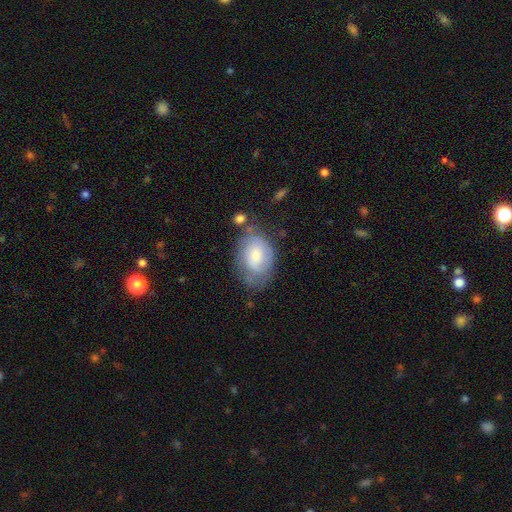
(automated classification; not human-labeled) Overall: smooth (56%; featured or disk 36%). How rounded: in between (76%). Merging: none (51%; minor disturbance 29%).